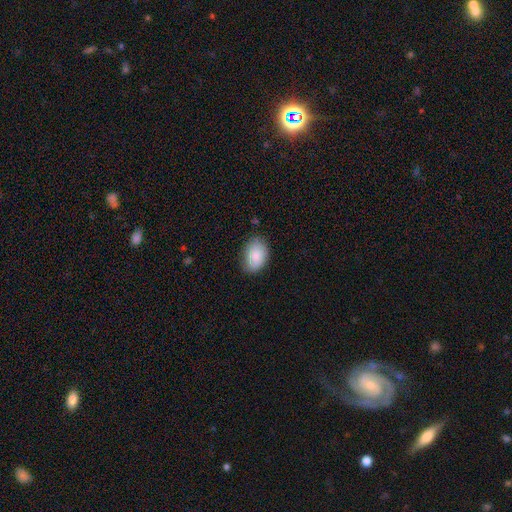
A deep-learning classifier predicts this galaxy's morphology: Overall: smooth (85%). How rounded: in between (86%). Merging: none (78%).